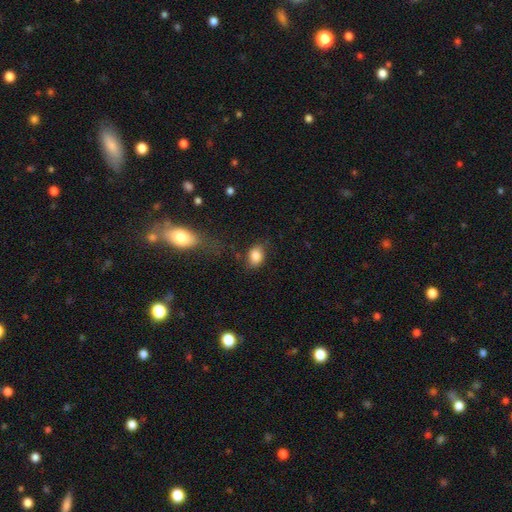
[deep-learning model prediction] smooth_or_featured: smooth (p=0.85) [alt: star or artifact p=0.09]
how_rounded: in between (p=0.69) [alt: round p=0.29]
merging: none (p=0.71) [alt: minor disturbance p=0.18]